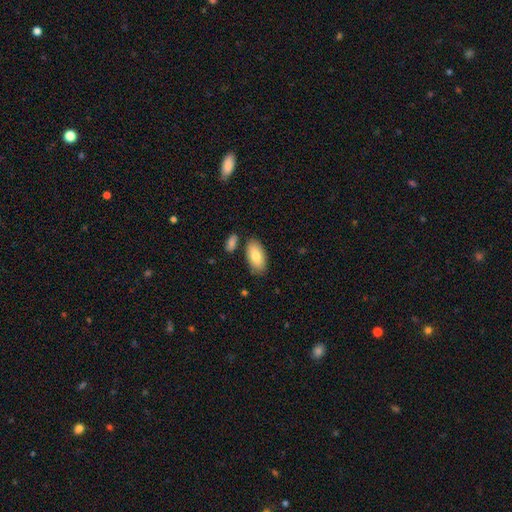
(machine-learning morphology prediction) Smooth or featured?
  - smooth: 80% *
  - featured or disk: 14%
  - star or artifact: 6%
How rounded?
  - in between: 93% *
  - cigar-shaped: 4%
  - round: 3%
Merging?
  - none: 79% *
  - minor disturbance: 12%
  - merger: 6%
  - major disturbance: 3%